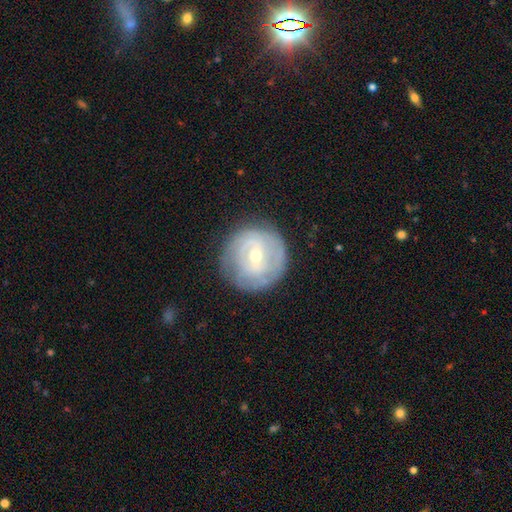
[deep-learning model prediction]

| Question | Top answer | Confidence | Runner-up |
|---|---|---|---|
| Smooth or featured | featured or disk | 70% | smooth (24%) |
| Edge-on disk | no | 97% | yes (3%) |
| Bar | weak | 44% | no (42%) |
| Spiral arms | yes | 78% | no (22%) |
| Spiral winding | tight | 71% | medium (21%) |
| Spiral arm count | can't tell | 45% | 2 (30%) |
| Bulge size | small | 50% | moderate (46%) |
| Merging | none | 80% | minor disturbance (14%) |